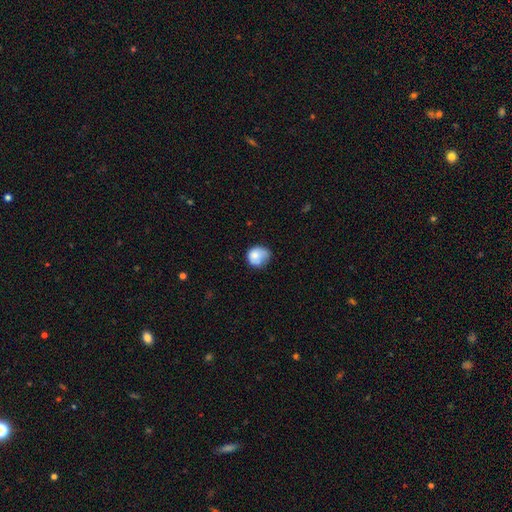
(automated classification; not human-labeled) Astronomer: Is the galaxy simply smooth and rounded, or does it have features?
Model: smooth — 75%.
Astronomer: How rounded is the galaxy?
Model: round — 69%.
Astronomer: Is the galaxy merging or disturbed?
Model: none — 40% (runner-up: minor disturbance, 38%).